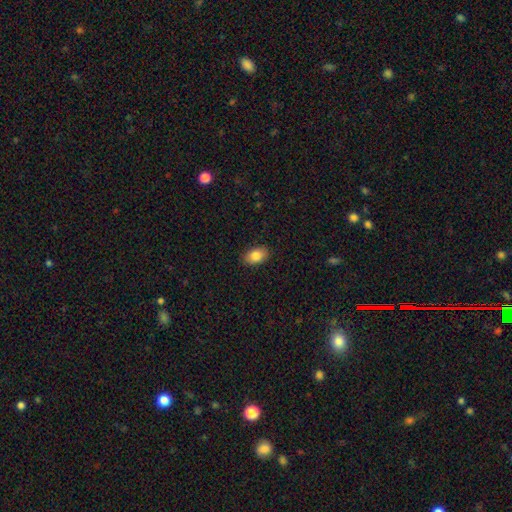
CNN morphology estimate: smooth_or_featured: smooth (p=0.84) [alt: featured or disk p=0.08]
how_rounded: in between (p=0.91) [alt: round p=0.08]
merging: none (p=0.89) [alt: minor disturbance p=0.08]